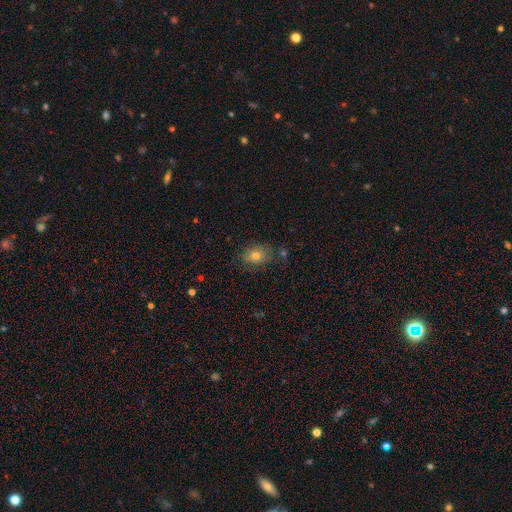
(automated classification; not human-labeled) Smooth or featured?
  - smooth: 72% *
  - featured or disk: 16%
  - star or artifact: 12%
How rounded?
  - in between: 60% *
  - round: 38%
  - cigar-shaped: 1%
Merging?
  - none: 73% *
  - minor disturbance: 19%
  - major disturbance: 5%
  - merger: 4%